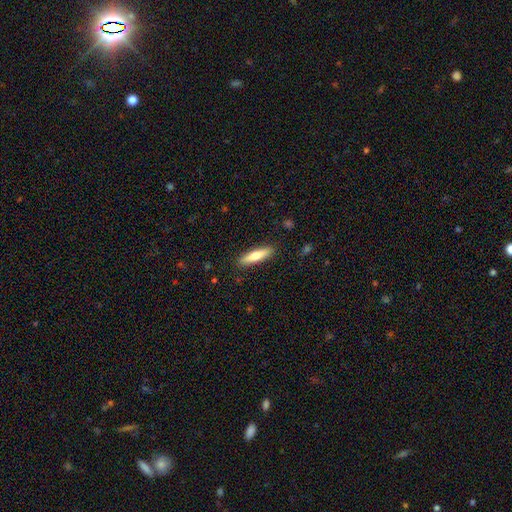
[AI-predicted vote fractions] smooth 67%, featured or disk 27%, star or artifact 6%. Down the decision tree: how rounded — cigar-shaped (78%); merging — none (89%).